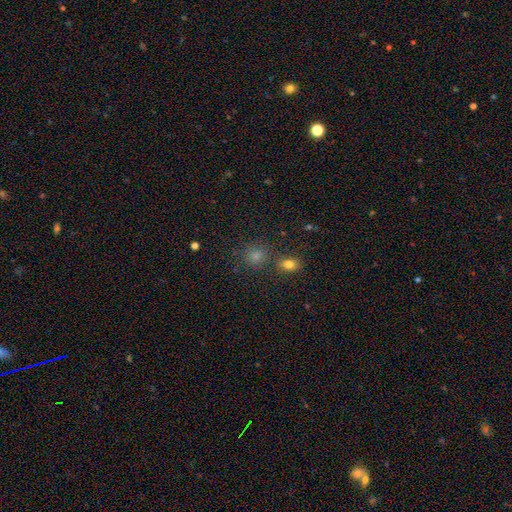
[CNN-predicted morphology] smooth 66%, star or artifact 26%, featured or disk 8%. Down the decision tree: how rounded — round (81%); merging — none (70%).